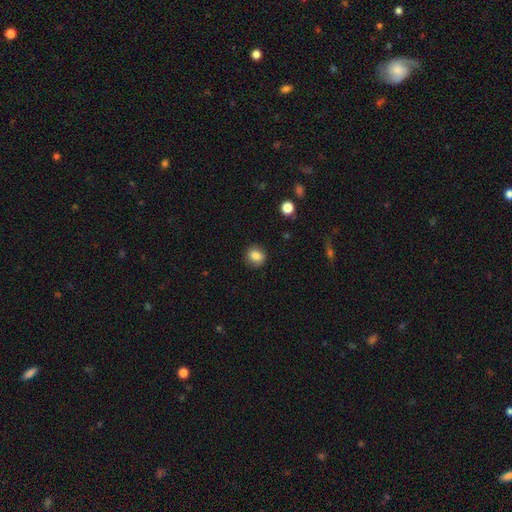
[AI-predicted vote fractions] Q: Smooth or featured?
A: smooth (84%); runner-up: star or artifact (10%)
Q: How rounded?
A: round (77%); runner-up: in between (22%)
Q: Merging?
A: none (89%); runner-up: minor disturbance (8%)